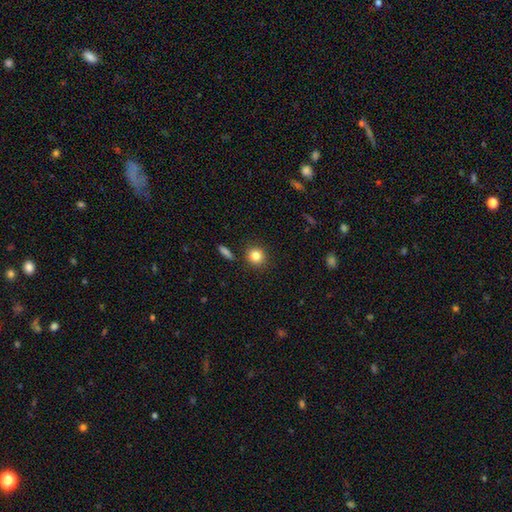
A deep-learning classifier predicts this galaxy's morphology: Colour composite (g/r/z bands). It shows a smooth galaxy with no disk features (84%) that is round (88%). Merging: none (87%).